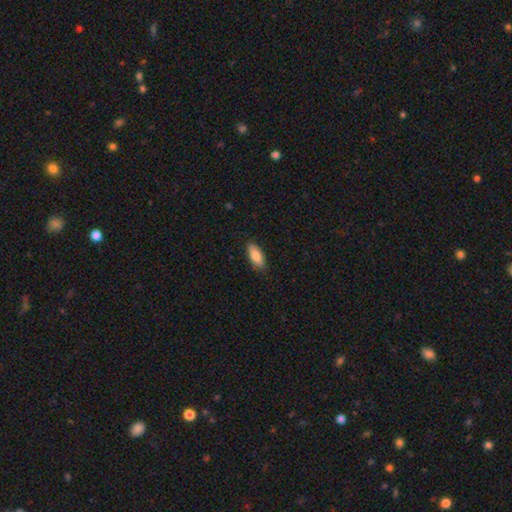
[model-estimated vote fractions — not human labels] A smooth galaxy with no disk features (86%) that is in between round and cigar-shaped (80%).

Vote fractions:
- Smooth or featured? smooth: 86% / featured or disk: 8% / star or artifact: 6%
- How rounded? in between: 80% / cigar-shaped: 18% / round: 2%
- Merging? none: 87% / minor disturbance: 10% / major disturbance: 2% / merger: 1%